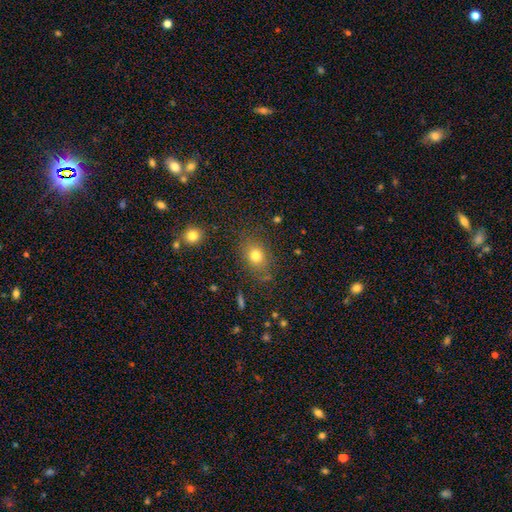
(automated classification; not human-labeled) This appears to be a smooth galaxy with no disk features (76%) that is in between round and cigar-shaped (54%). Merging: none (79%).